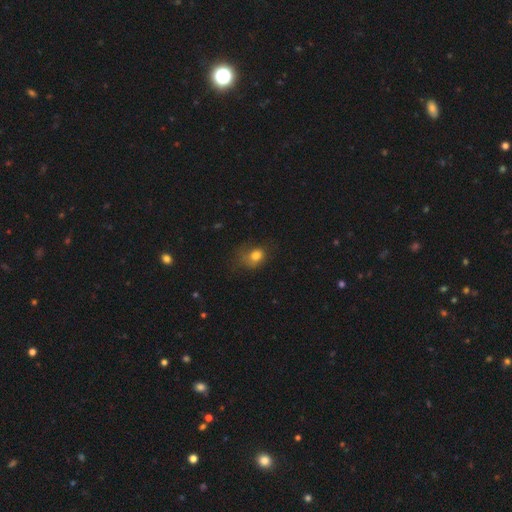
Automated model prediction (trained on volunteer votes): smooth_or_featured: smooth (p=0.76) [alt: featured or disk p=0.13]
how_rounded: in between (p=0.51) [alt: round p=0.48]
merging: none (p=0.43) [alt: minor disturbance p=0.30]